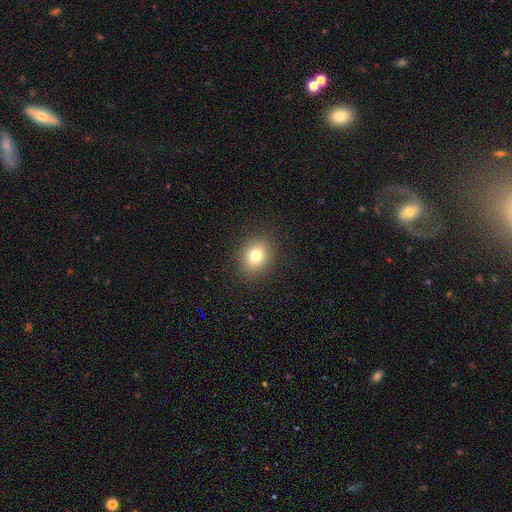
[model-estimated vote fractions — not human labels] Smooth or featured: smooth — 79% (star or artifact — 12%)
How rounded: round — 59% (in between — 40%)
Merging: none — 89% (minor disturbance — 7%)